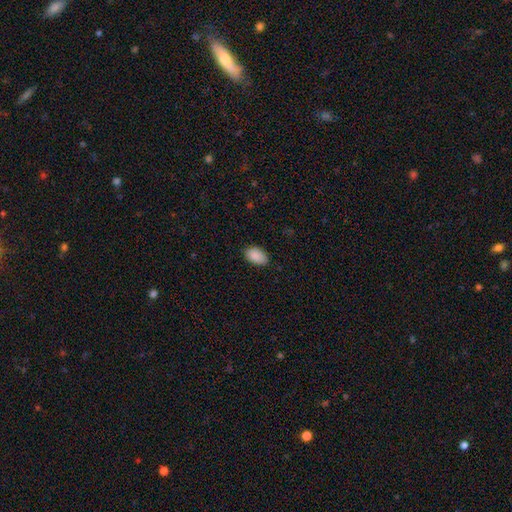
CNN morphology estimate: Smooth or featured? Predicted: smooth (p=0.90). How rounded? Predicted: in between (p=0.93). Merging? Predicted: none (p=0.85).